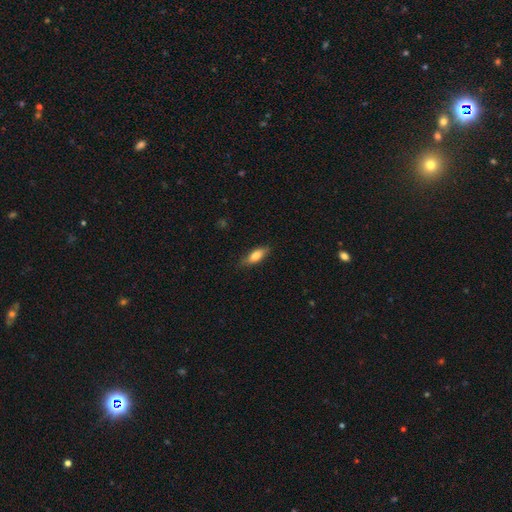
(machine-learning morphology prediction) A smooth galaxy with no disk features (77%) that is in between round and cigar-shaped (67%). Merging: none (80%).